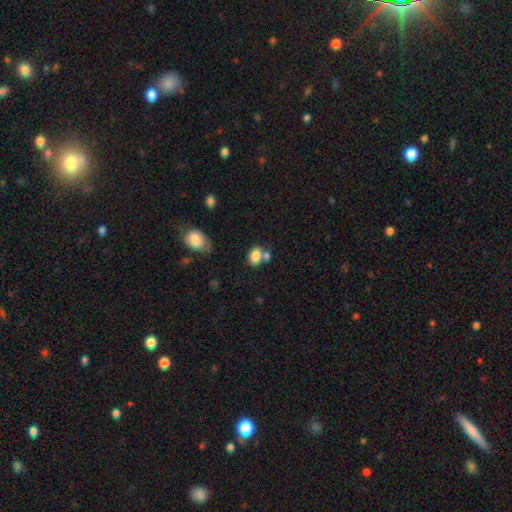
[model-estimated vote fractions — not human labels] Overall: smooth (83%). How rounded: in between (72%). Merging: none (49%; merger 32%).